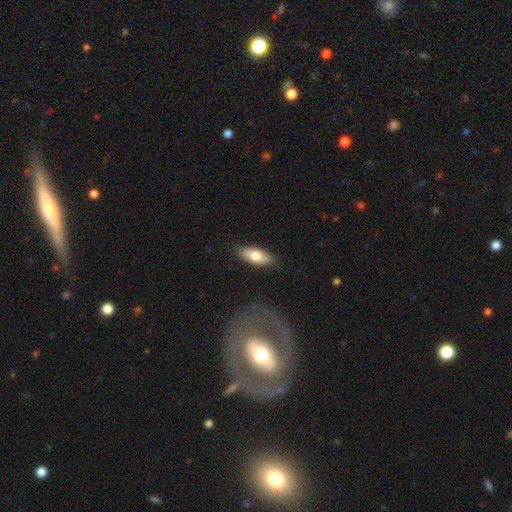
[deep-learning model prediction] This is likely a smooth galaxy (73%). How rounded: likely in between (75%). Merging: clearly none (86%).